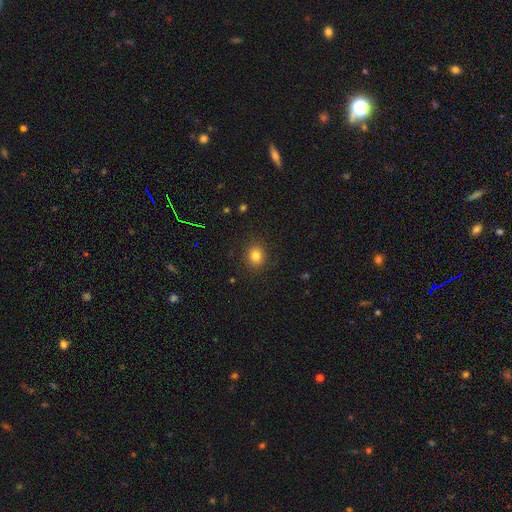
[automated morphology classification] type=smooth (82%); roundness=round (77%); merging=none (89%).